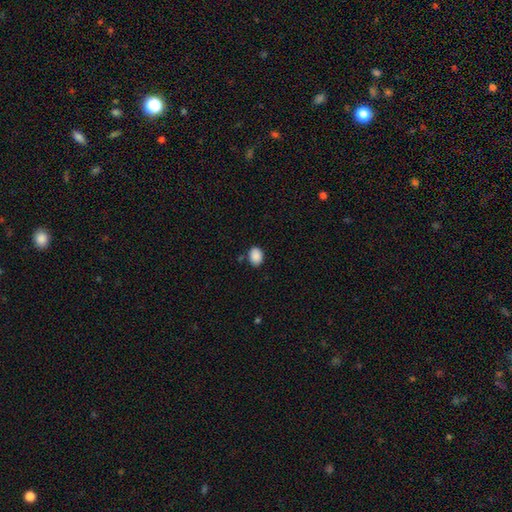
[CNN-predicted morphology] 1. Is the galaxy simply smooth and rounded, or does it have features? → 89% smooth, 8% star or artifact, 3% featured or disk.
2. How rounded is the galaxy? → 71% in between, 28% round, 1% cigar-shaped.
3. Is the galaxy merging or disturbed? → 80% none, 14% minor disturbance, 4% merger, 3% major disturbance.